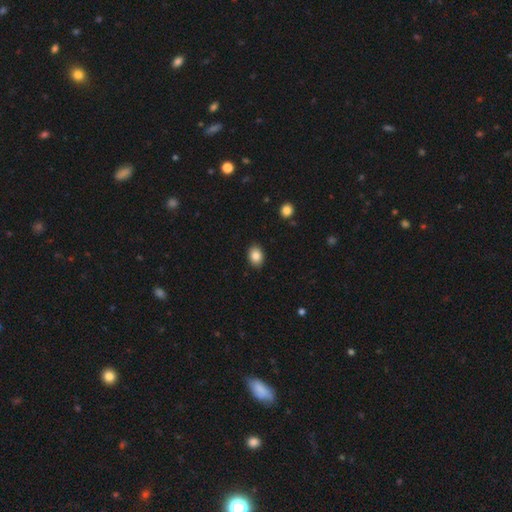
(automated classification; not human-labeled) Smooth or featured? Predicted: smooth (p=0.86). How rounded? Predicted: in between (p=0.72). Merging? Predicted: none (p=0.89).